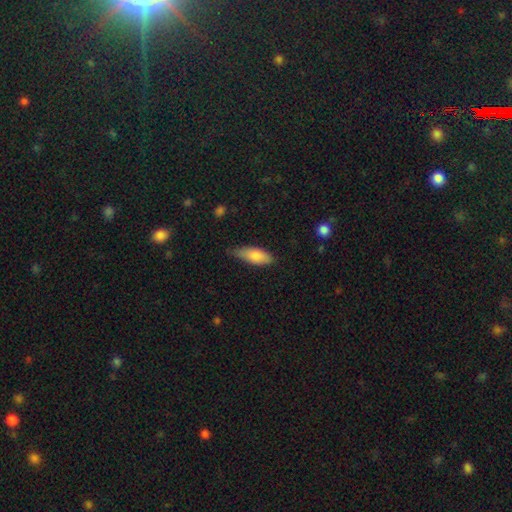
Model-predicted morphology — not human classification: Q: Smooth or featured?
A: smooth (82%); runner-up: featured or disk (12%)
Q: How rounded?
A: in between (74%); runner-up: cigar-shaped (24%)
Q: Merging?
A: none (62%); runner-up: minor disturbance (31%)